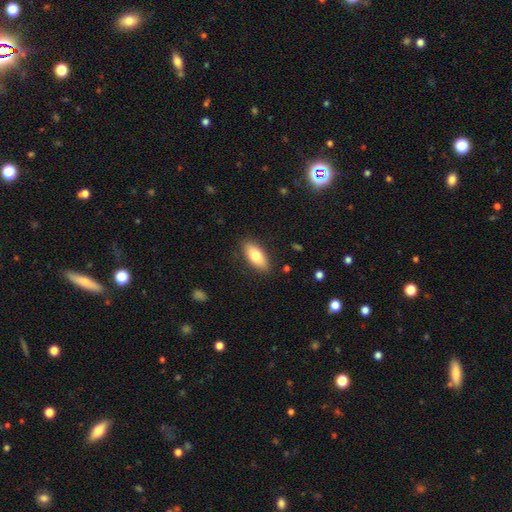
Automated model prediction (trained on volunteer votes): Smooth or featured?
  - smooth: 77% *
  - featured or disk: 17%
  - star or artifact: 6%
How rounded?
  - in between: 83% *
  - cigar-shaped: 15%
  - round: 3%
Merging?
  - none: 86% *
  - minor disturbance: 10%
  - major disturbance: 2%
  - merger: 1%